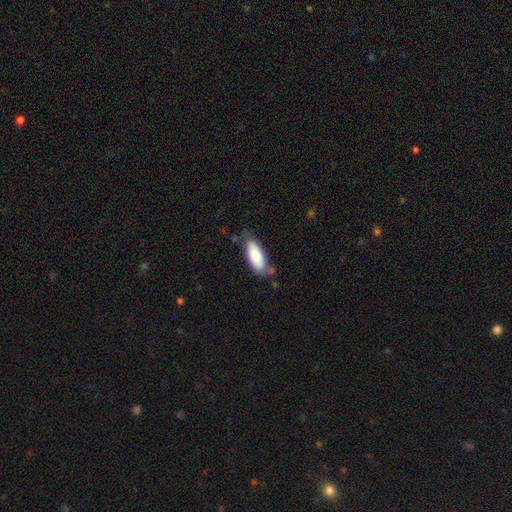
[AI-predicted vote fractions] Smooth or featured: smooth — 83% (featured or disk — 11%)
How rounded: in between — 80% (cigar-shaped — 18%)
Merging: none — 56% (minor disturbance — 30%)